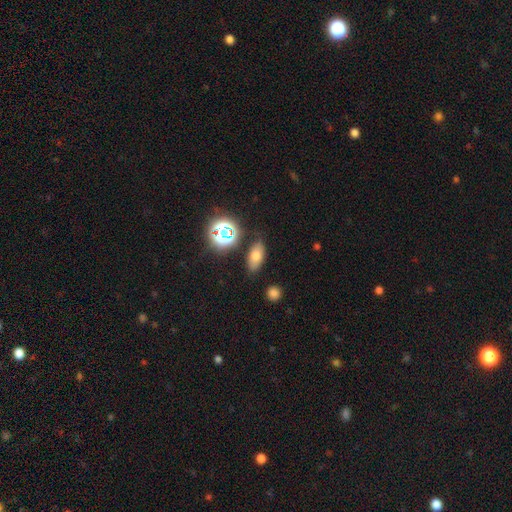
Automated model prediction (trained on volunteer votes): smooth_or_featured: smooth (p=0.67) [alt: star or artifact p=0.18]
how_rounded: in between (p=0.84) [alt: round p=0.09]
merging: none (p=0.82) [alt: minor disturbance p=0.11]